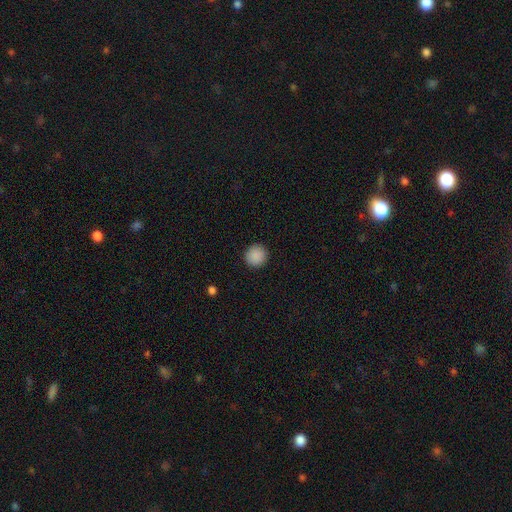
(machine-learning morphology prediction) A smooth galaxy with no disk features (89%) that is round (94%).

Vote fractions:
- Smooth or featured? smooth: 89% / star or artifact: 8% / featured or disk: 2%
- How rounded? round: 94% / in between: 5% / cigar-shaped: 1%
- Merging? none: 93% / minor disturbance: 5% / major disturbance: 2% / merger: 1%